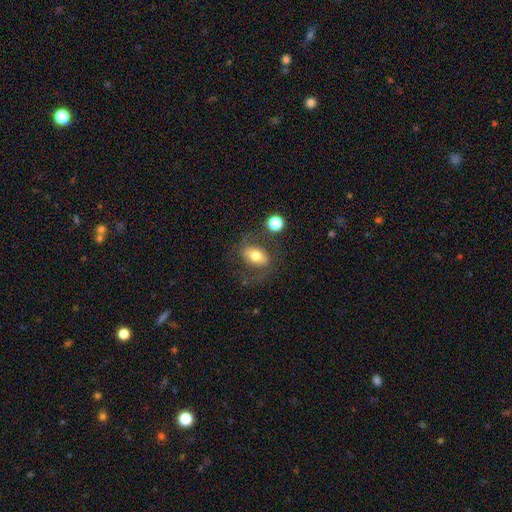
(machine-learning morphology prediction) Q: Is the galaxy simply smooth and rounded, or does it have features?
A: smooth — 56%.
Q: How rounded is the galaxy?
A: in between — 82%.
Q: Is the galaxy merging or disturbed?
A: none — 62%.